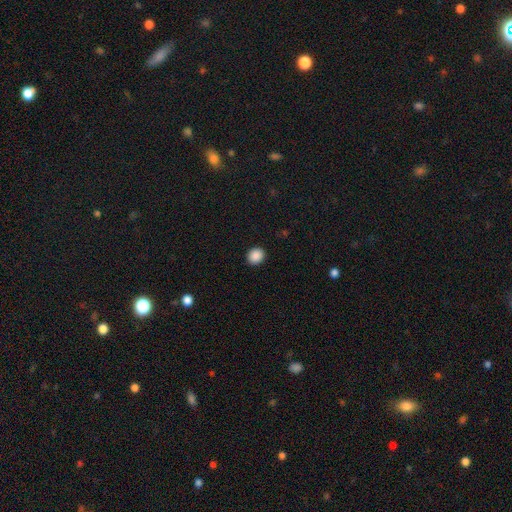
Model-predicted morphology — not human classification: smooth-or-featured: smooth: 89% | star or artifact: 9% | featured or disk: 2%
  how-rounded: round: 75% | in between: 24% | cigar-shaped: 1%
  merging: none: 92% | minor disturbance: 6% | major disturbance: 2% | merger: 1%